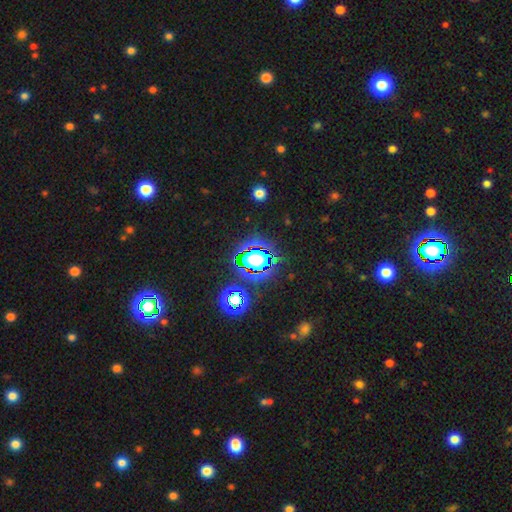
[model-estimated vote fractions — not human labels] Smooth or featured: star or artifact — 72% (smooth — 19%)